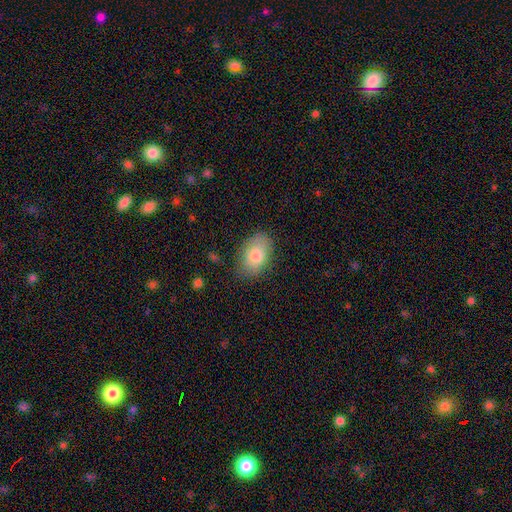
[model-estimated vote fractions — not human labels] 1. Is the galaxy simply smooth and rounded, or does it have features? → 81% smooth, 12% featured or disk, 7% star or artifact.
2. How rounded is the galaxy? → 90% in between, 9% round, 1% cigar-shaped.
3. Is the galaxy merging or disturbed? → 79% none, 16% minor disturbance, 4% major disturbance, 1% merger.